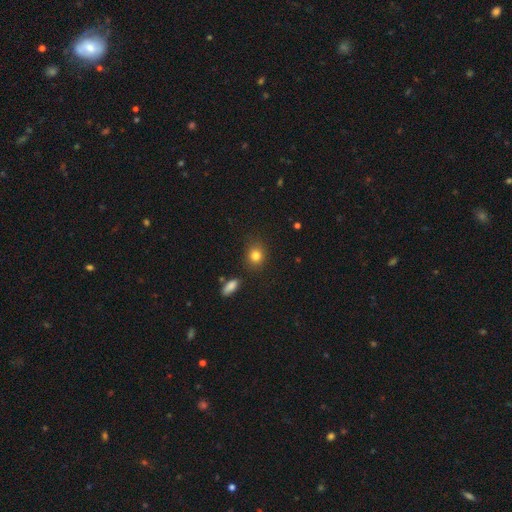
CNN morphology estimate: A smooth galaxy with no disk features (82%) that is round (74%).

Vote fractions:
- Smooth or featured? smooth: 82% / star or artifact: 11% / featured or disk: 7%
- How rounded? round: 74% / in between: 25% / cigar-shaped: 1%
- Merging? none: 84% / minor disturbance: 10% / major disturbance: 3% / merger: 3%